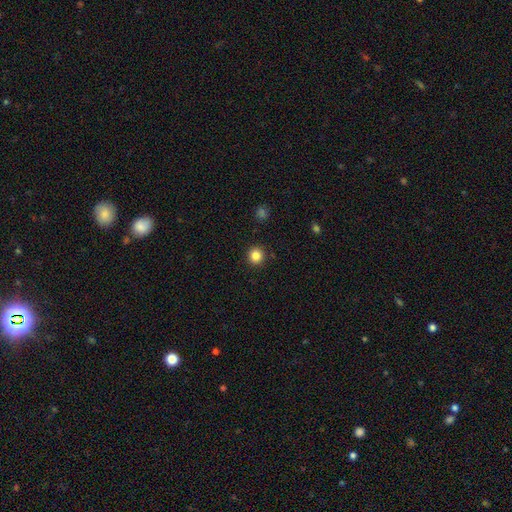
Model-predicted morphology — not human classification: smooth 84%, star or artifact 12%, featured or disk 4%. Down the decision tree: how rounded — round (94%); merging — none (92%).